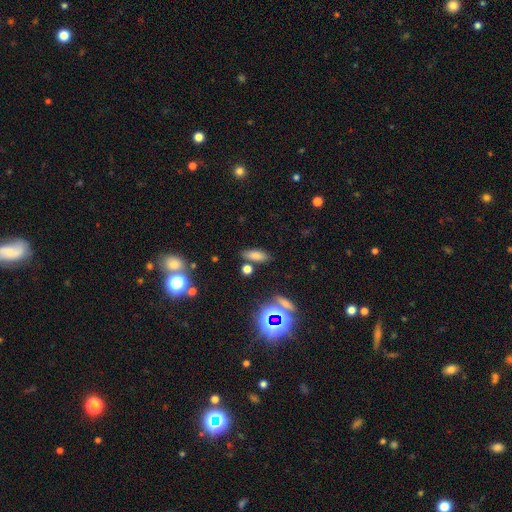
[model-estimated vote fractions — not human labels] Smooth or featured? Predicted: smooth (p=0.72). How rounded? Predicted: in between (p=0.74). Merging? Predicted: none (p=0.79).